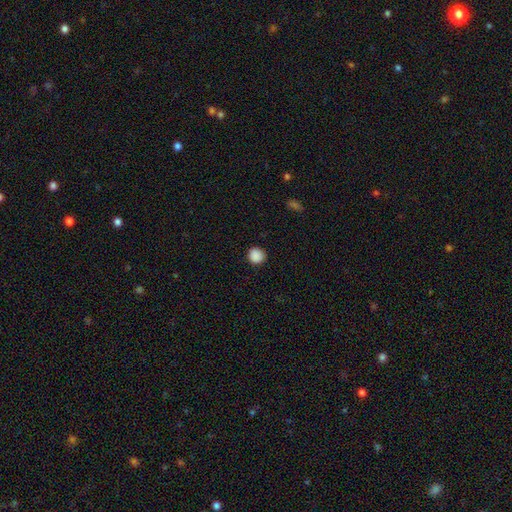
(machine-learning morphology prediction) Smooth or featured? smooth (89%)
How rounded? round (93%)
Merging? none (91%)